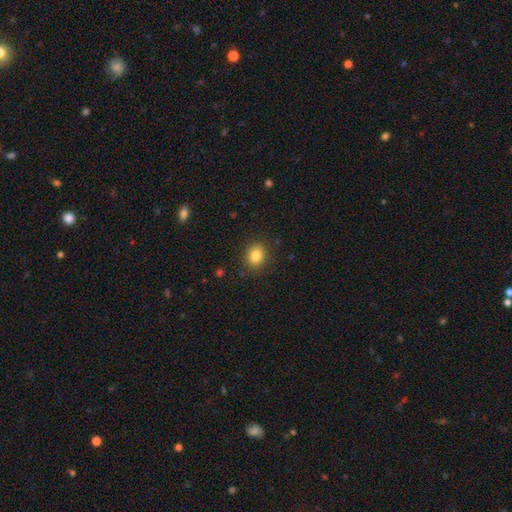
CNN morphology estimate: A smooth galaxy with no disk features (85%) that is round (50%).

Vote fractions:
- Smooth or featured? smooth: 85% / star or artifact: 10% / featured or disk: 6%
- How rounded? round: 50% / in between: 49% / cigar-shaped: 1%
- Merging? none: 87% / minor disturbance: 9% / major disturbance: 3% / merger: 1%